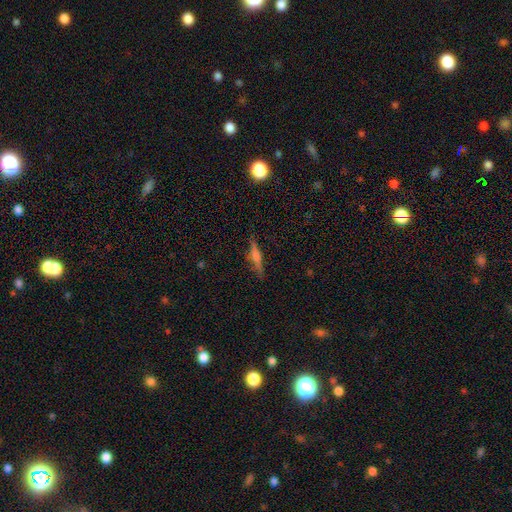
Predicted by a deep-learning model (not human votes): Smooth or featured?
  - featured or disk: 55% *
  - smooth: 35%
  - star or artifact: 10%
Edge-on disk?
  - yes: 95% *
  - no: 5%
Edge-on bulge?
  - rounded: 67% *
  - boxy: 20%
  - none: 13%
Merging?
  - none: 85% *
  - minor disturbance: 11%
  - major disturbance: 3%
  - merger: 2%